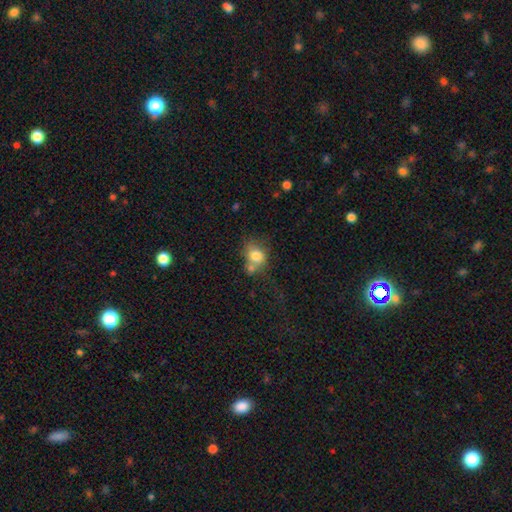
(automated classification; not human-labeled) Smooth or featured: smooth — 77% (featured or disk — 13%)
How rounded: round — 58% (in between — 40%)
Merging: none — 41% (merger — 32%)